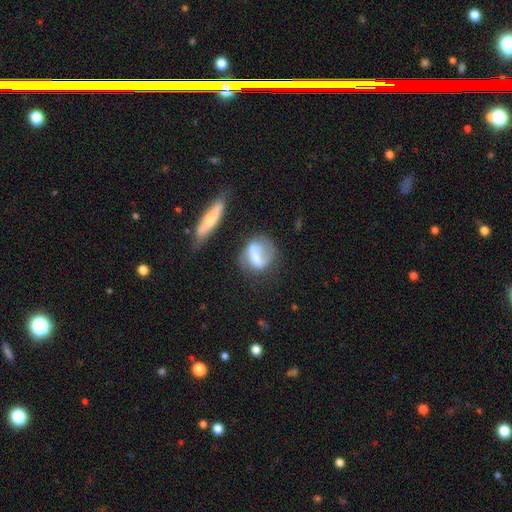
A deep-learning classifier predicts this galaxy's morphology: A featured or disk galaxy (46%). Merging: none (47%).